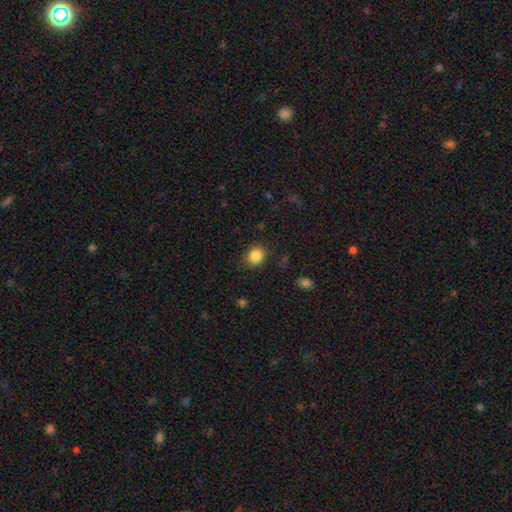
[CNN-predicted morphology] Overall: smooth (86%). How rounded: round (62%; in between 37%). Merging: none (84%).